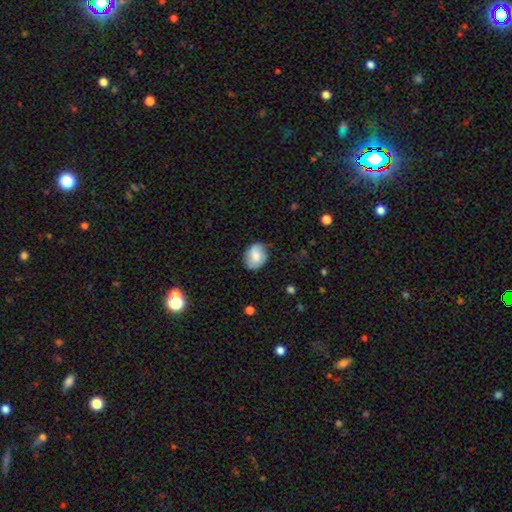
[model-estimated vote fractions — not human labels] This appears to be a smooth galaxy with no disk features (69%) that is round (53%). Merging: none (73%).